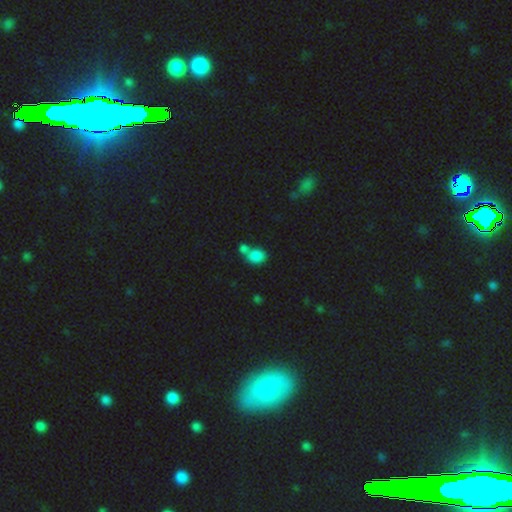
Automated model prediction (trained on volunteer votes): smooth-or-featured: smooth: 83% | star or artifact: 11% | featured or disk: 6%
  how-rounded: in between: 50% | round: 49% | cigar-shaped: 1%
  merging: merger: 48% | none: 39% | minor disturbance: 9% | major disturbance: 4%